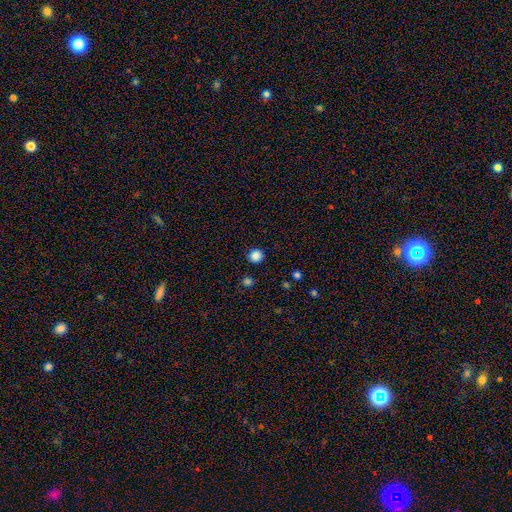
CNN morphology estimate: Overall: smooth (86%). How rounded: round (92%). Merging: none (90%).